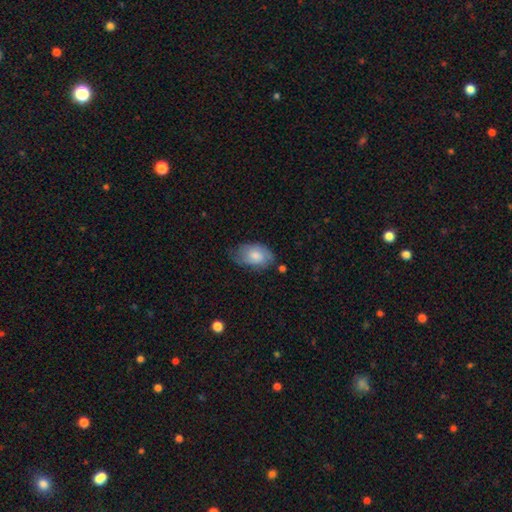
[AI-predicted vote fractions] A smooth galaxy with no disk features (61%) that is in between round and cigar-shaped (89%).

Vote fractions:
- Smooth or featured? smooth: 61% / featured or disk: 32% / star or artifact: 7%
- How rounded? in between: 89% / round: 10% / cigar-shaped: 2%
- Merging? none: 57% / minor disturbance: 30% / major disturbance: 10% / merger: 3%